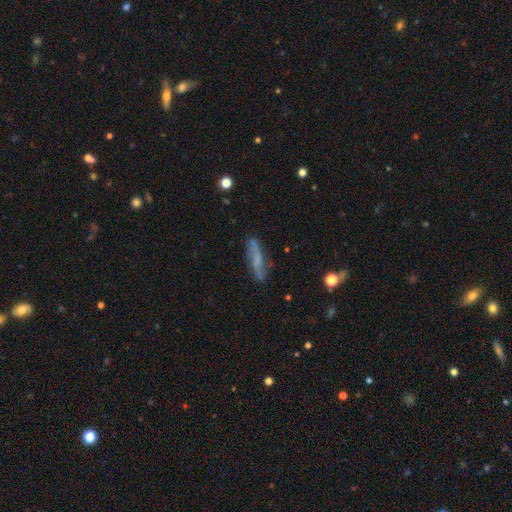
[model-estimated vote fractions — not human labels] This appears to be a featured or disk galaxy (45%). Merging: none (80%).